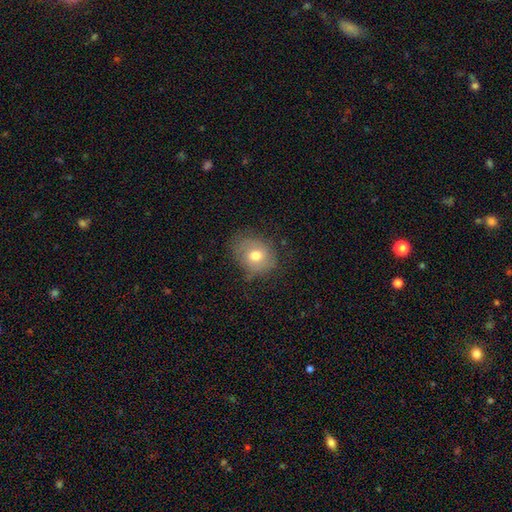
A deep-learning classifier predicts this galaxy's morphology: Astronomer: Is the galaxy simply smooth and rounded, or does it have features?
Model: smooth — 69%.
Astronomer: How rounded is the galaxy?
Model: round — 55% (runner-up: in between, 44%).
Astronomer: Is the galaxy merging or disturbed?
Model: none — 66%.